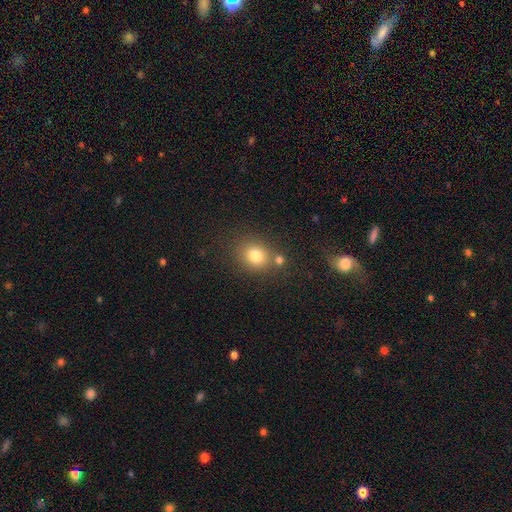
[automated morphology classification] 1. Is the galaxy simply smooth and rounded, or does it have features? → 79% smooth, 13% star or artifact, 8% featured or disk.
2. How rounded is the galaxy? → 71% round, 28% in between, 1% cigar-shaped.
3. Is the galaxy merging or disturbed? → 68% none, 17% merger, 11% minor disturbance, 4% major disturbance.